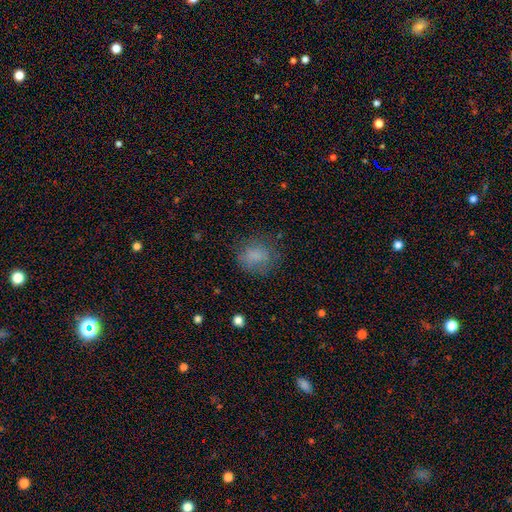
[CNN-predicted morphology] Smooth or featured? smooth (77%)
How rounded? round (66%)
Merging? none (70%)